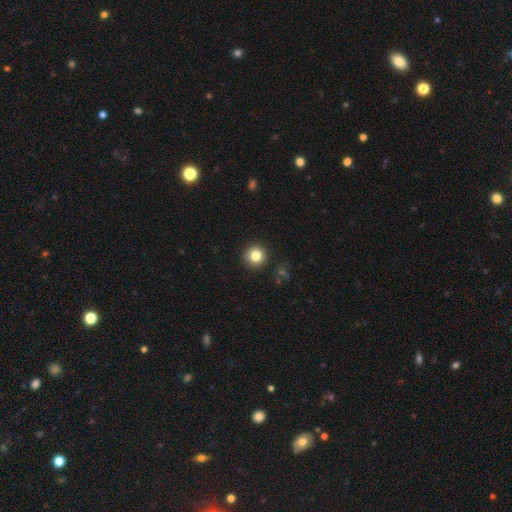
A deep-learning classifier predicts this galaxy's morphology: Overall: smooth (83%). How rounded: round (94%). Merging: none (92%).